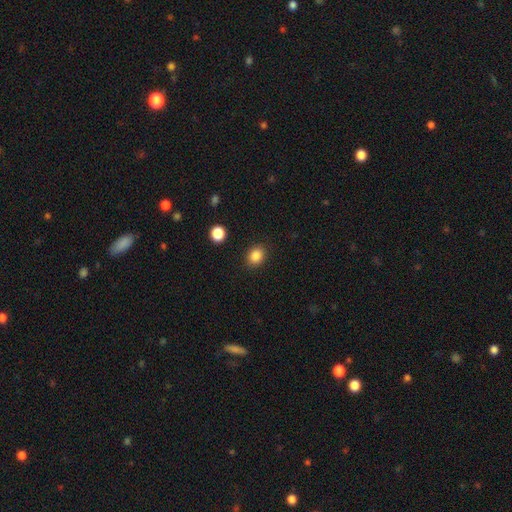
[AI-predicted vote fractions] This appears to be a smooth galaxy with no disk features (86%) that is in between round and cigar-shaped (51%). Merging: none (88%).